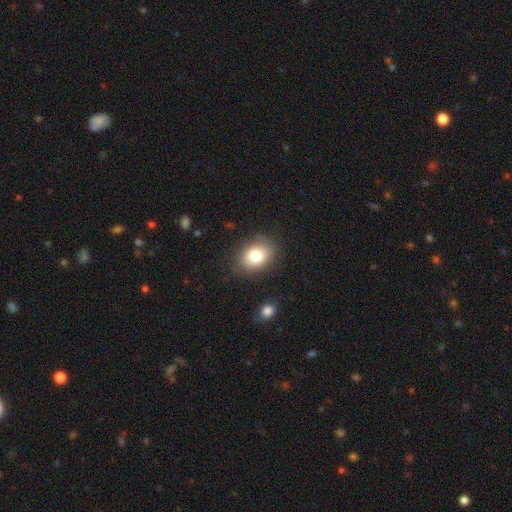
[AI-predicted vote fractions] Q: Smooth or featured?
A: smooth (82%); runner-up: featured or disk (10%)
Q: How rounded?
A: in between (72%); runner-up: round (27%)
Q: Merging?
A: none (80%); runner-up: minor disturbance (14%)